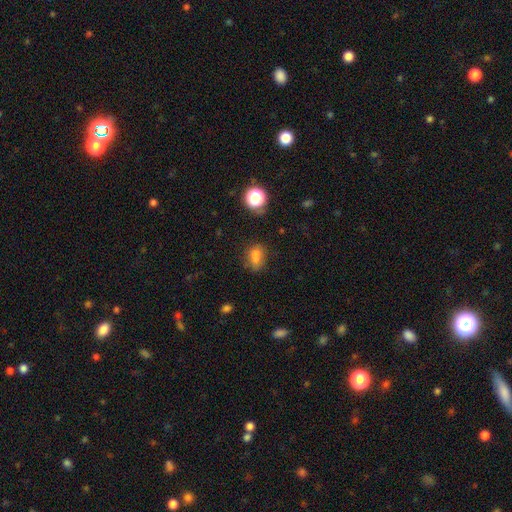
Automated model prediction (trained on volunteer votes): This appears to be a smooth galaxy with no disk features (75%) that is in between round and cigar-shaped (72%). Merging: none (60%).